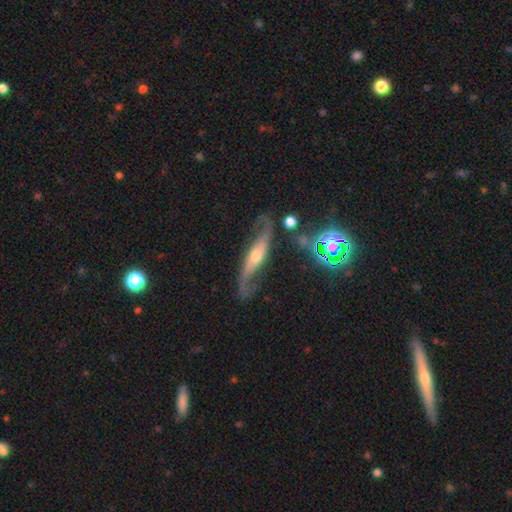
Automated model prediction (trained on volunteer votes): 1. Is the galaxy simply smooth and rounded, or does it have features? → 82% featured or disk, 10% smooth, 8% star or artifact.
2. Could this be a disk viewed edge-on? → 71% no, 29% yes.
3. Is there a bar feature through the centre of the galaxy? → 50% no, 27% weak, 23% strong.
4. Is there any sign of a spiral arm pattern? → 94% yes, 6% no.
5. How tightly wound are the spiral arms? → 80% loose, 15% medium, 5% tight.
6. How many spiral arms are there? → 91% 2, 3% can't tell, 3% 1, 1% 3, 1% 4, 1% more than 4.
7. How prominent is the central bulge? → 57% moderate, 33% small, 6% large, 2% none, 2% dominant.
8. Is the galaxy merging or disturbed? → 66% none, 19% minor disturbance, 12% major disturbance, 4% merger.